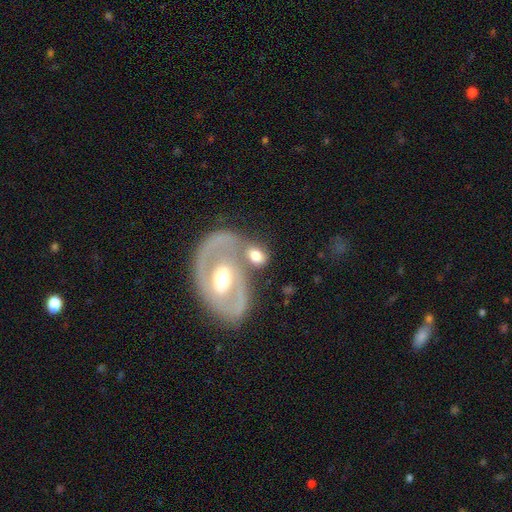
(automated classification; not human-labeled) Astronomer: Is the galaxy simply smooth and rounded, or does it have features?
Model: smooth — 48% (runner-up: featured or disk, 46%).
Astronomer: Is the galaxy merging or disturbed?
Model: none — 43% (runner-up: merger, 36%).